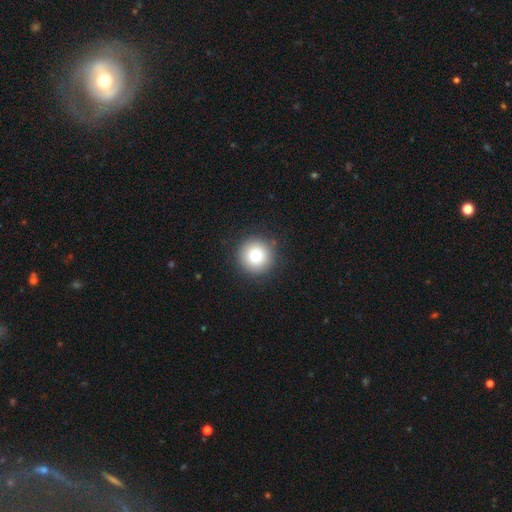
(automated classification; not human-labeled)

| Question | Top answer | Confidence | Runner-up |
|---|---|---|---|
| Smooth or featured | smooth | 86% | star or artifact (9%) |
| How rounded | round | 95% | in between (4%) |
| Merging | none | 89% | minor disturbance (7%) |